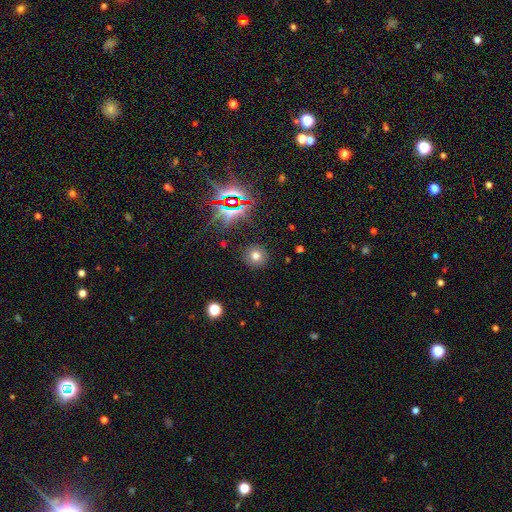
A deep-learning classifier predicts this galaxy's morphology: Overall: smooth (69%). How rounded: round (89%). Merging: none (89%).